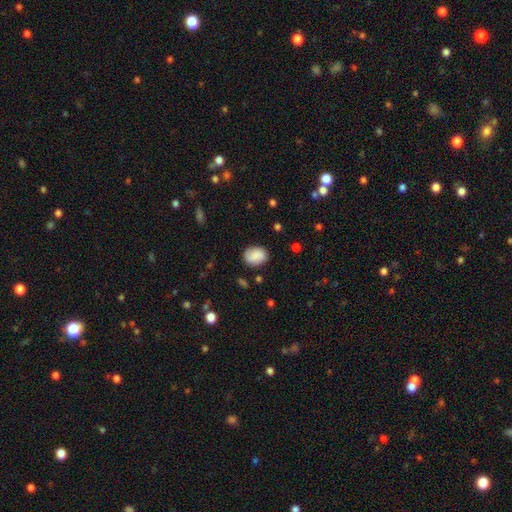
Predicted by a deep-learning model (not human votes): A smooth galaxy with no disk features (84%) that is in between round and cigar-shaped (60%). Merging: none (80%).